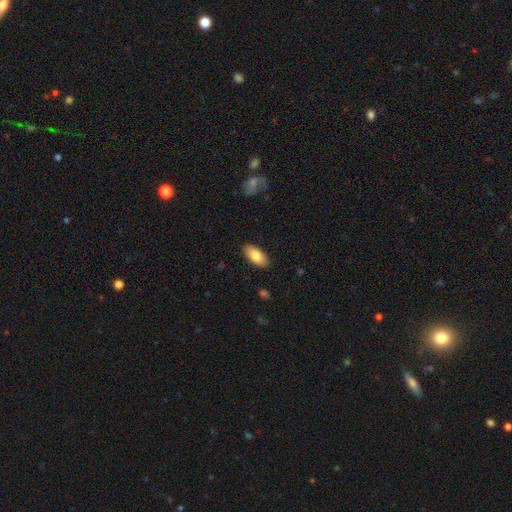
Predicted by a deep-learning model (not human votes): smooth 82%, featured or disk 12%, star or artifact 6%. Down the decision tree: how rounded — in between (92%); merging — none (89%).